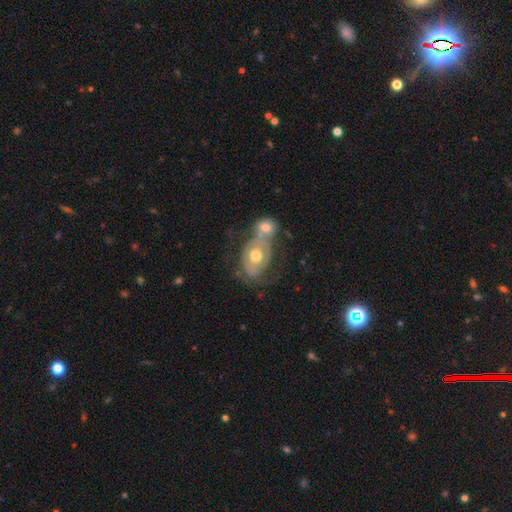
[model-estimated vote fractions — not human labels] smooth_or_featured: featured or disk (p=0.65) [alt: smooth p=0.28]
disk_edge_on: no (p=0.95) [alt: yes p=0.05]
bar: no (p=0.80) [alt: weak p=0.15]
has_spiral_arms: yes (p=0.53) [alt: no p=0.47]
bulge_size: moderate (p=0.72) [alt: large p=0.18]
merging: merger (p=0.52) [alt: none p=0.25]